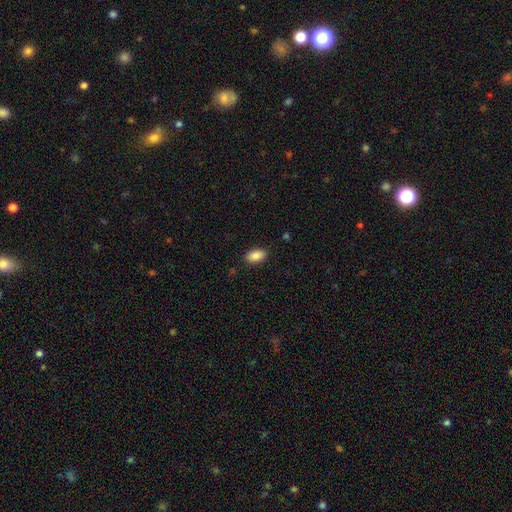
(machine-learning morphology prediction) smooth 87%, star or artifact 7%, featured or disk 6%. Down the decision tree: how rounded — in between (93%); merging — none (87%).